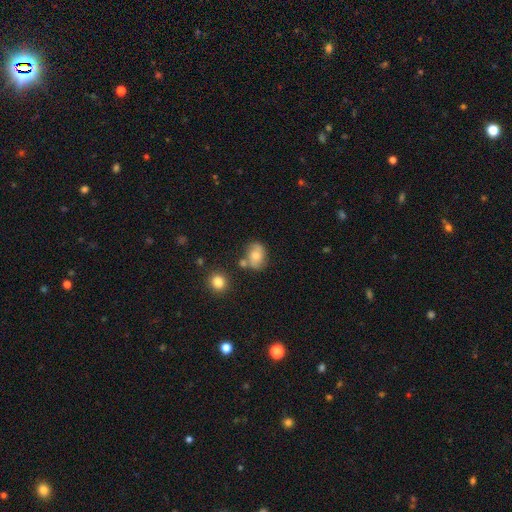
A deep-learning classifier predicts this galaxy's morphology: Smooth or featured? Predicted: smooth (p=0.61). How rounded? Predicted: in between (p=0.66). Merging? Predicted: none (p=0.62).